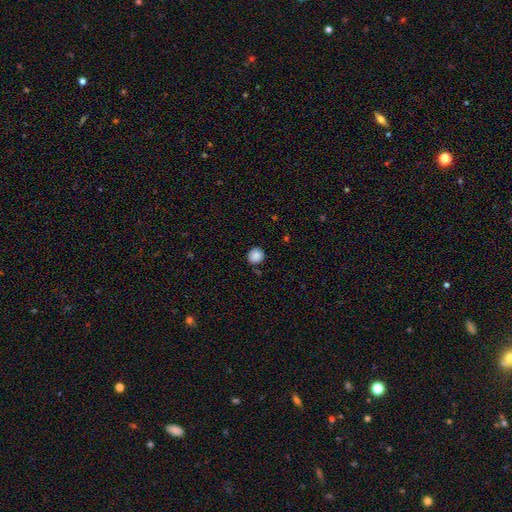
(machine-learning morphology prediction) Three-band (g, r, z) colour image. It shows a smooth galaxy with no disk features (87%) that is round (86%). Merging: none (83%).